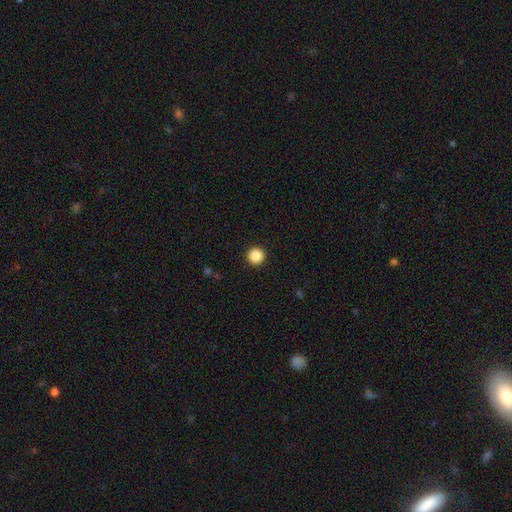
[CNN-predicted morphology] smooth 88%, star or artifact 9%, featured or disk 3%. Down the decision tree: how rounded — round (96%); merging — none (93%).